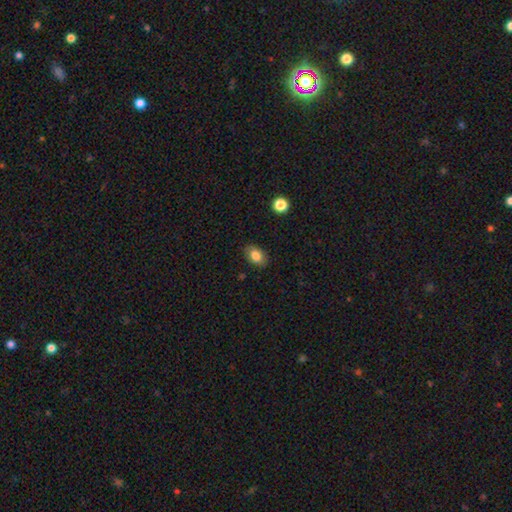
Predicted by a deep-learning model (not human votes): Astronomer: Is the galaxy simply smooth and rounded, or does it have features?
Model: smooth — 83%.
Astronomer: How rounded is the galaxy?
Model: in between — 84%.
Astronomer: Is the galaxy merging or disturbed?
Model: none — 86%.